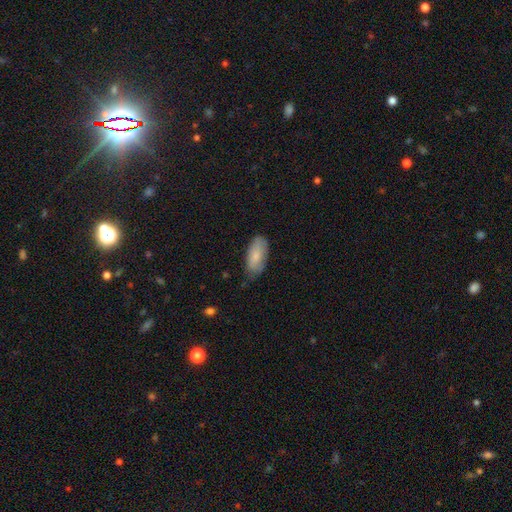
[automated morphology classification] This appears to be a smooth galaxy with no disk features (80%) that is in between round and cigar-shaped (89%). Merging: none (68%).